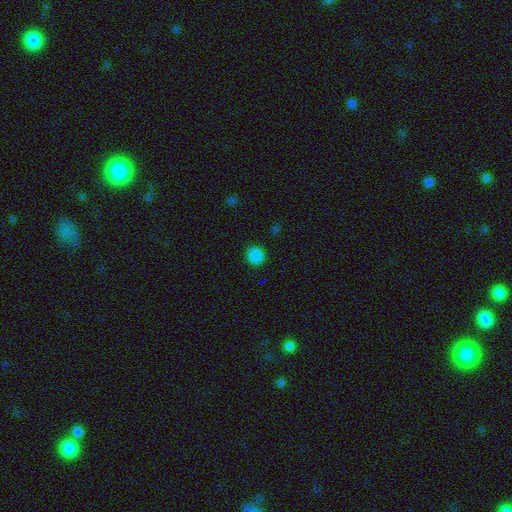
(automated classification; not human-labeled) A smooth galaxy with no disk features (85%) that is round (90%).

Vote fractions:
- Smooth or featured? smooth: 85% / star or artifact: 12% / featured or disk: 3%
- How rounded? round: 90% / in between: 9% / cigar-shaped: 1%
- Merging? none: 91% / minor disturbance: 6% / major disturbance: 2% / merger: 1%